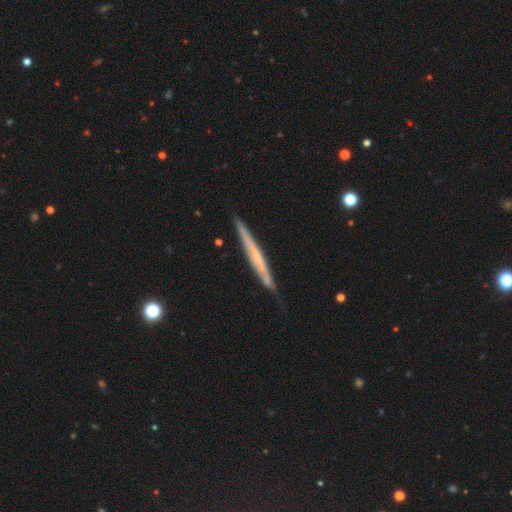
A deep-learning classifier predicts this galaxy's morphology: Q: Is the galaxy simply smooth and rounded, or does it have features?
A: featured or disk — 57%.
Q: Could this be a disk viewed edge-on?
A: yes — 96%.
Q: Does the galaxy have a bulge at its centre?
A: none — 79%.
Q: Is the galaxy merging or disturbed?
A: none — 83%.